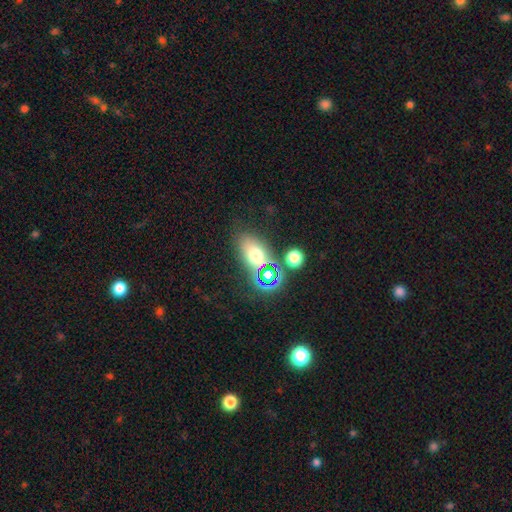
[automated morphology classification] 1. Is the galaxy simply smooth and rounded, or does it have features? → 62% smooth, 24% star or artifact, 14% featured or disk.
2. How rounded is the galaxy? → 73% in between, 23% round, 3% cigar-shaped.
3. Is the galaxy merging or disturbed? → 69% none, 13% minor disturbance, 12% merger, 6% major disturbance.